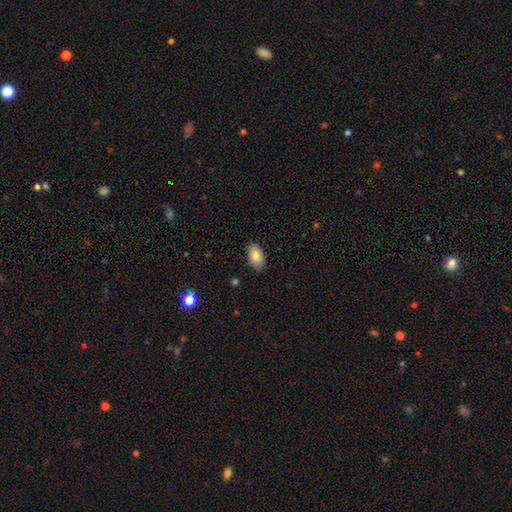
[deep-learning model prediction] Smooth or featured? Predicted: smooth (p=0.88). How rounded? Predicted: in between (p=0.94). Merging? Predicted: none (p=0.85).